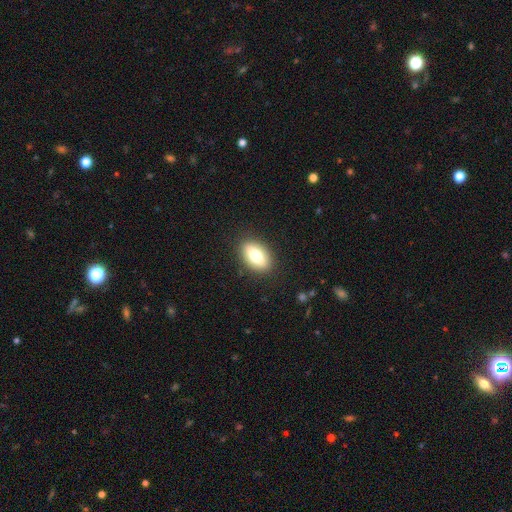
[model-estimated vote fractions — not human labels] Smooth or featured? Predicted: smooth (p=0.75). How rounded? Predicted: in between (p=0.88). Merging? Predicted: none (p=0.88).